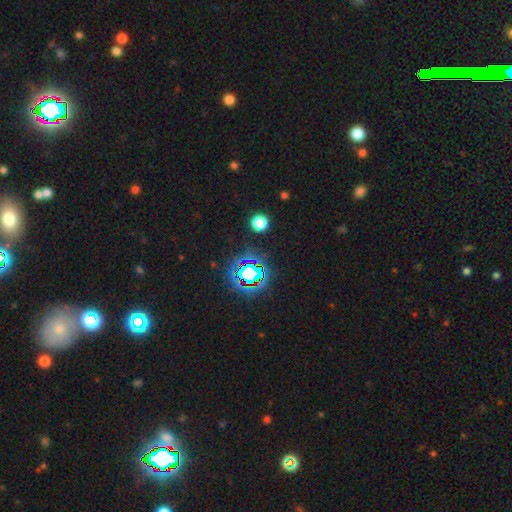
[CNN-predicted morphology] Smooth or featured: star or artifact — 78% (smooth — 14%)